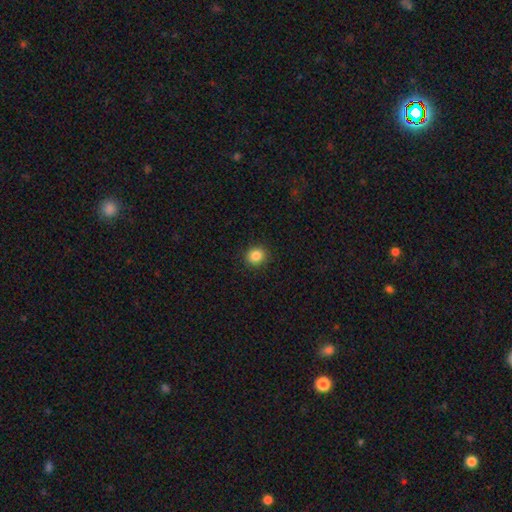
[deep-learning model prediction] Smooth or featured: smooth — 86% (star or artifact — 10%)
How rounded: round — 86% (in between — 14%)
Merging: none — 91% (minor disturbance — 6%)